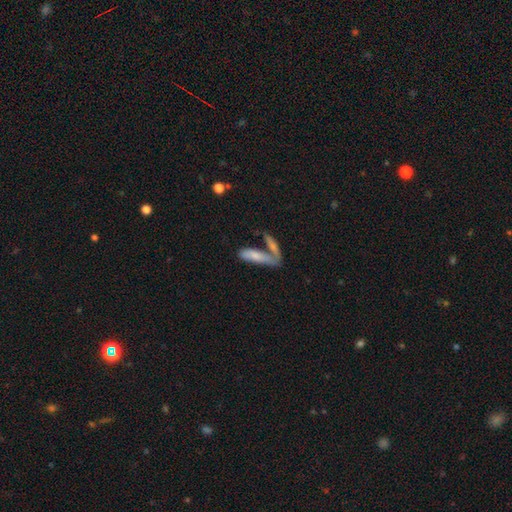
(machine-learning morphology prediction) The model was most divided on "merging": merger: 51%, none: 32%, minor disturbance: 10%, major disturbance: 7%. More confident: smooth or featured — smooth (66%); how rounded — cigar-shaped (61%).